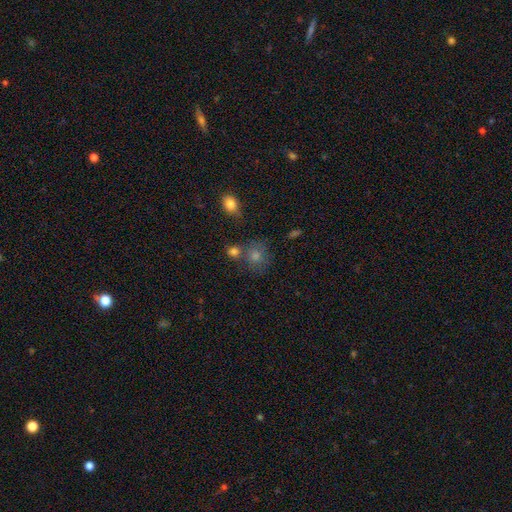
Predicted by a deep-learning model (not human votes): smooth_or_featured: smooth (p=0.65) [alt: star or artifact p=0.20]
how_rounded: round (p=0.80) [alt: in between p=0.19]
merging: none (p=0.65) [alt: merger p=0.15]